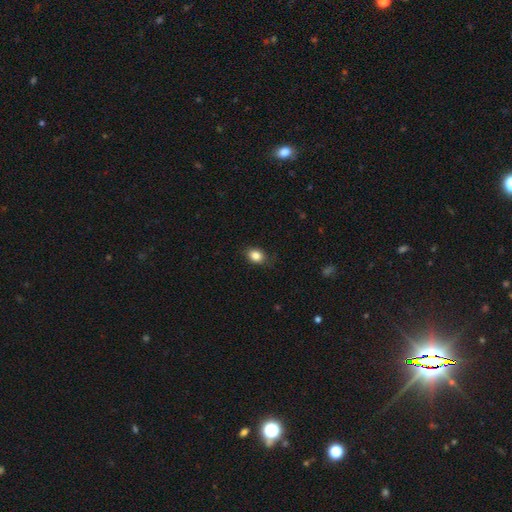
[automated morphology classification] This appears to be a smooth galaxy with no disk features (85%) that is in between round and cigar-shaped (64%). Merging: none (81%).